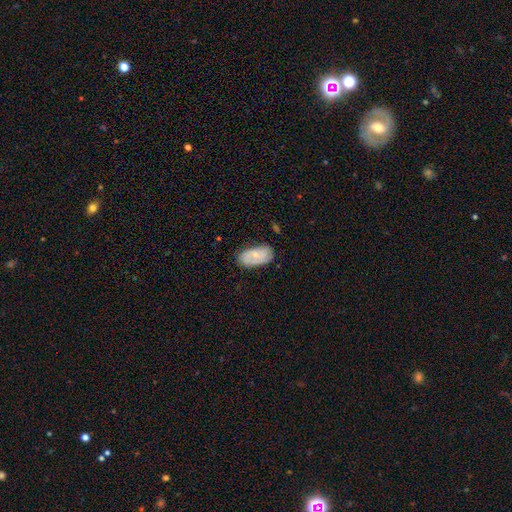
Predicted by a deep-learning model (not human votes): Smooth or featured? Predicted: smooth (p=0.59). How rounded? Predicted: in between (p=0.93). Merging? Predicted: none (p=0.69).